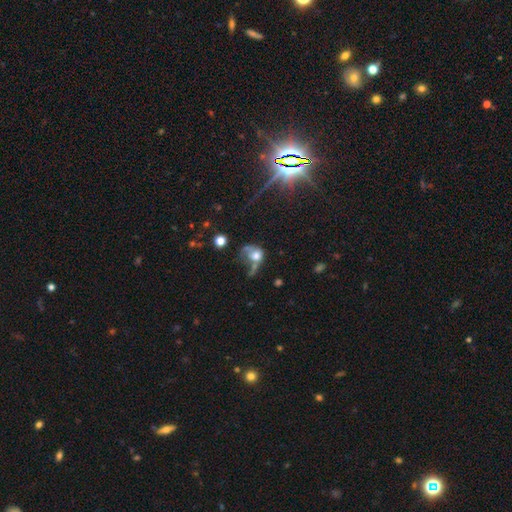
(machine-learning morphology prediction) This appears to be a smooth galaxy with no disk features (54%) that is round (49%, tied with in between). Merging: major disturbance (44%).